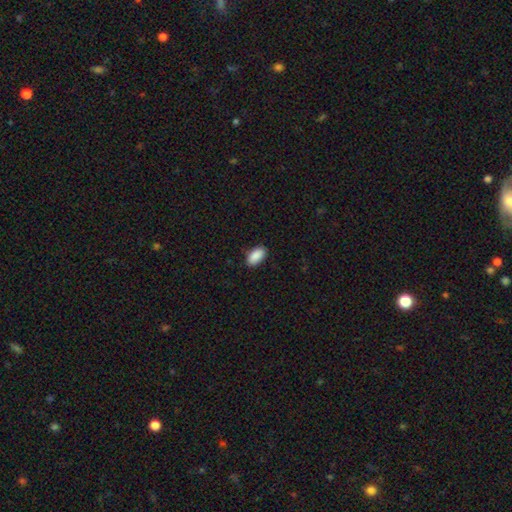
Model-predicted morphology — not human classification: The model was most divided on "merging": none: 88%, minor disturbance: 9%, major disturbance: 2%, merger: 1%. More confident: how rounded — in between (94%); smooth or featured — smooth (91%).